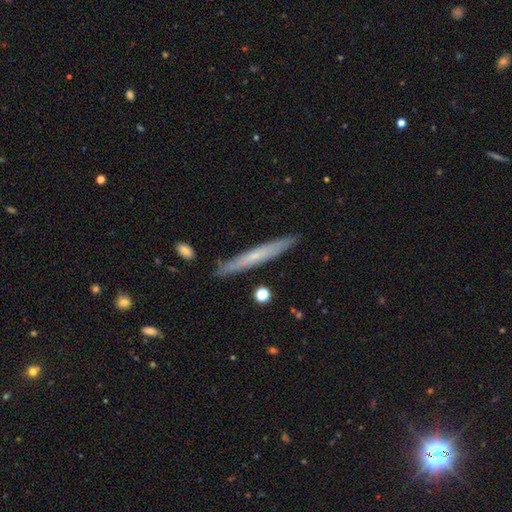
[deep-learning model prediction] A featured or disk galaxy (47%, tied with smooth). Merging: none (88%).